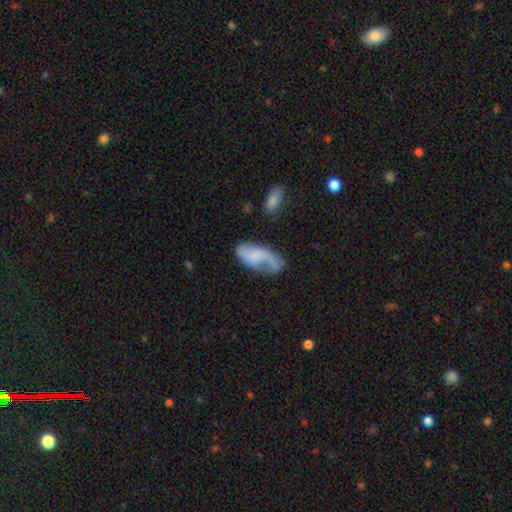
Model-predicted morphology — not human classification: This is possibly a featured or disk galaxy (59%). It is clearly not viewed edge-on (95%). Bar: likely no (67%). Spiral arm pattern: clearly yes (85%). Central bulge: possibly none (47%). Merging: marginally none (40%).